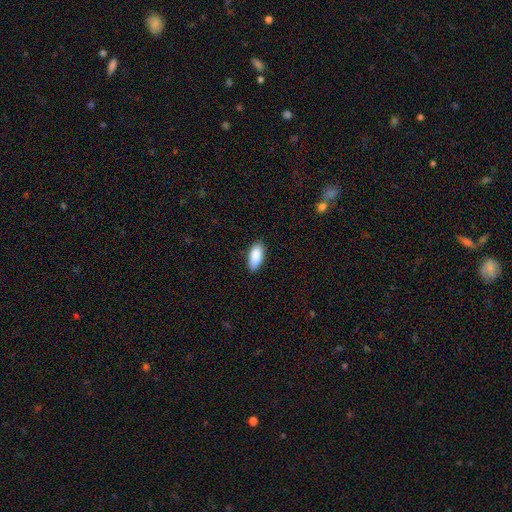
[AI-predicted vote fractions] Overall: smooth (89%). How rounded: in between (90%). Merging: none (84%).